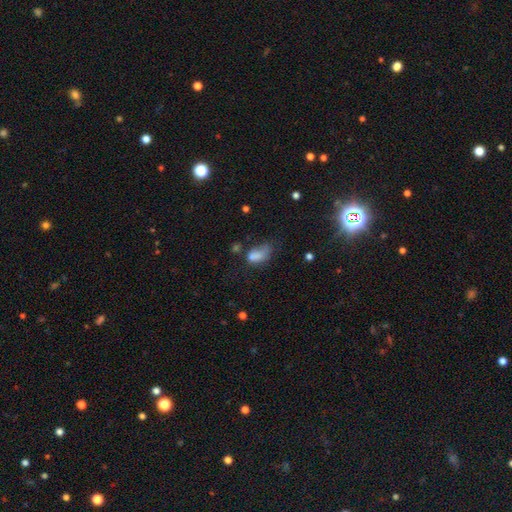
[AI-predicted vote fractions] This is likely a smooth galaxy (74%). How rounded: clearly in between (88%). Merging: marginally major disturbance (37%).